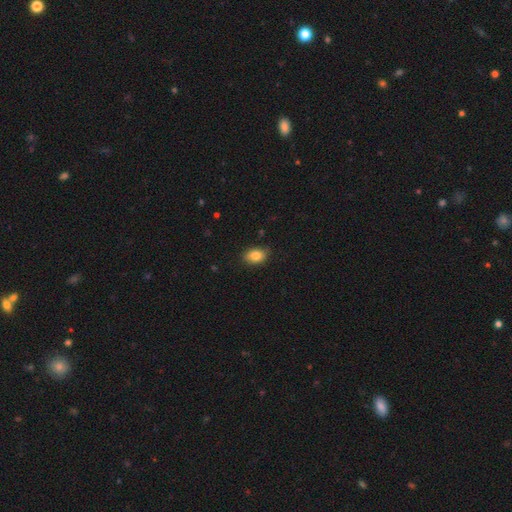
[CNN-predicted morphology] Smooth or featured? Predicted: smooth (p=0.83). How rounded? Predicted: in between (p=0.78). Merging? Predicted: none (p=0.81).